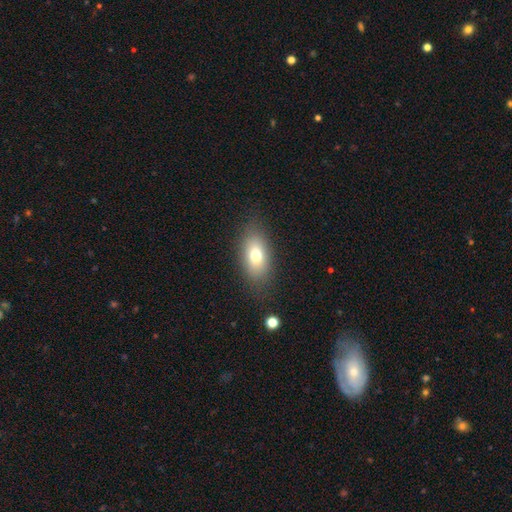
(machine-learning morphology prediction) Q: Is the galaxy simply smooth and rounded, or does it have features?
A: smooth — 73%.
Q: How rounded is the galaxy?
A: in between — 86%.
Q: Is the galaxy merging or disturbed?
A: none — 83%.